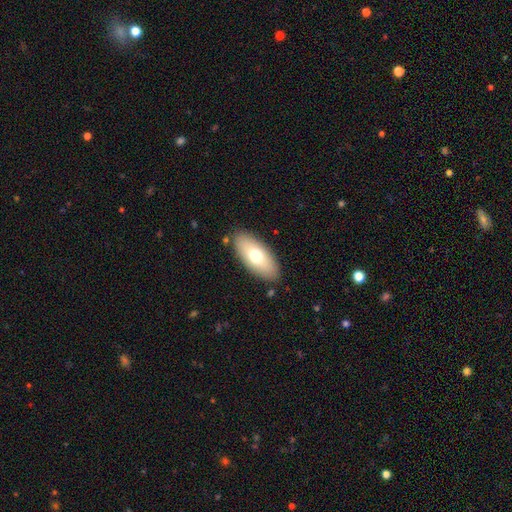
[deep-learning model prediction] Overall: smooth (68%). How rounded: in between (87%). Merging: none (86%).